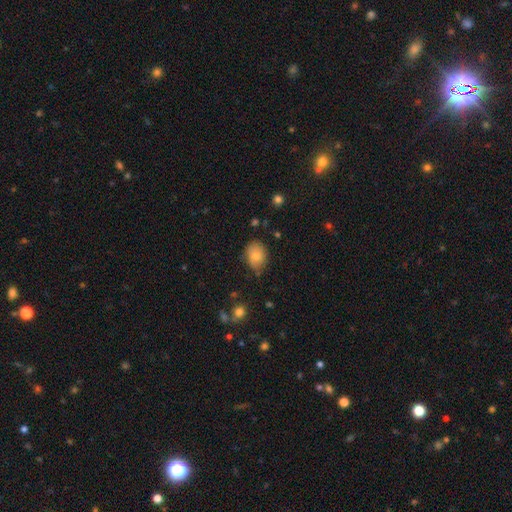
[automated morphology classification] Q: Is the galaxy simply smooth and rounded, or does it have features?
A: smooth — 78%.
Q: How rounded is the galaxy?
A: in between — 55%.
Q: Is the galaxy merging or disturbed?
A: none — 72%.